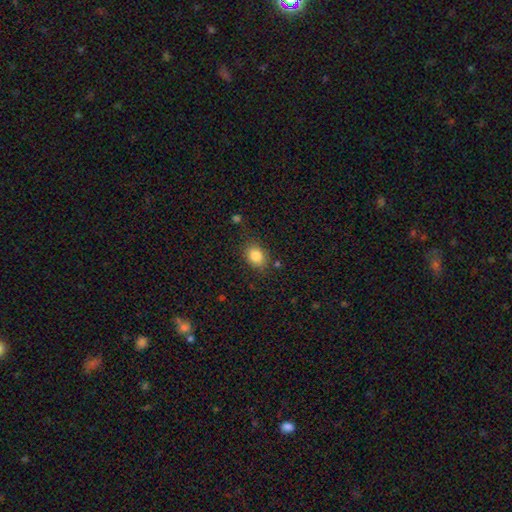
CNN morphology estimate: smooth 84%, star or artifact 10%, featured or disk 6%. Down the decision tree: how rounded — in between (57%); merging — none (79%).